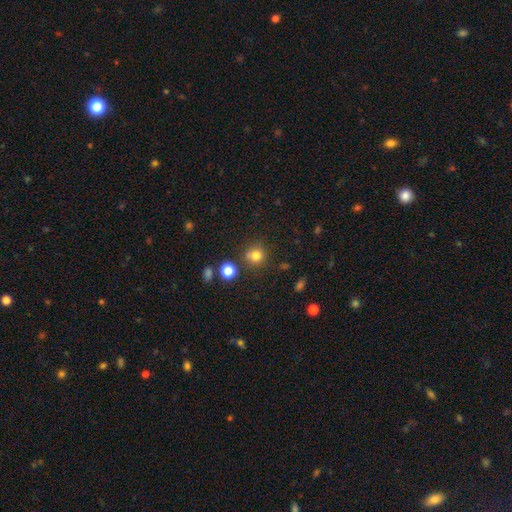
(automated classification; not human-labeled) Q: Smooth or featured?
A: smooth (78%); runner-up: star or artifact (15%)
Q: How rounded?
A: round (86%); runner-up: in between (13%)
Q: Merging?
A: none (72%); runner-up: minor disturbance (13%)